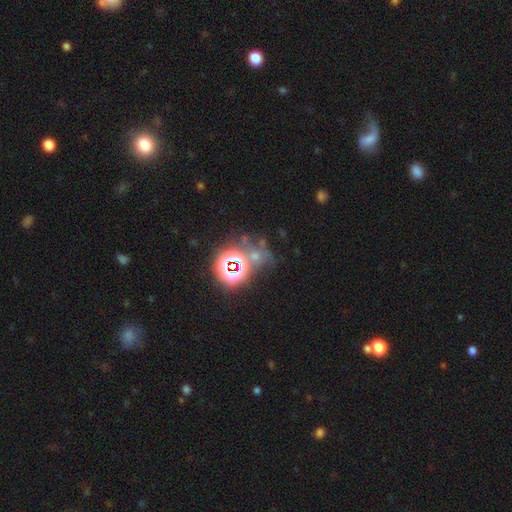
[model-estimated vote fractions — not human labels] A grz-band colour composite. It shows a star or artifact, not a galaxy (65%).